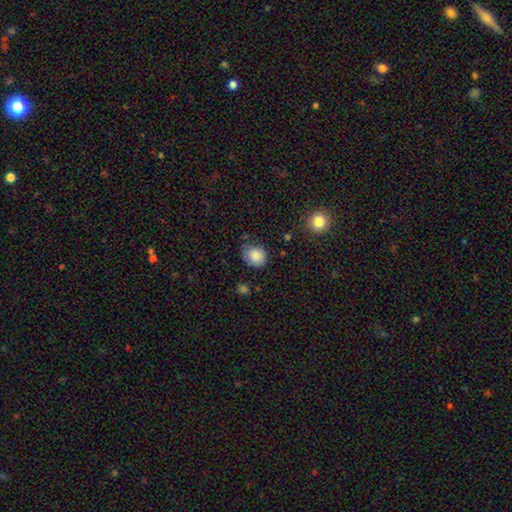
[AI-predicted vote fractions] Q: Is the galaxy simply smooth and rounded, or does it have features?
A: smooth — 85%.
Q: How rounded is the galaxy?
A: round — 71%.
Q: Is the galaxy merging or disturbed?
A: none — 72%.